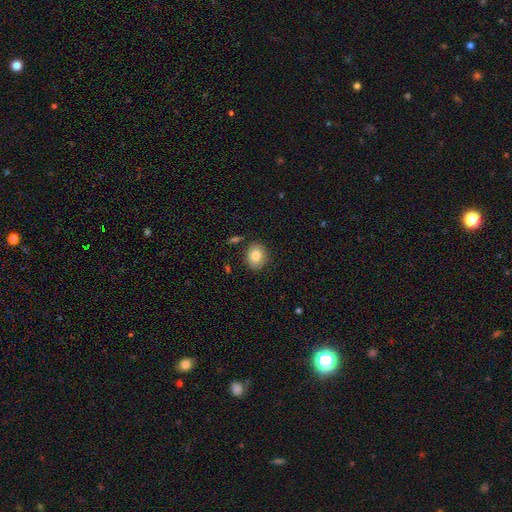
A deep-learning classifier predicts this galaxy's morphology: smooth-or-featured: smooth: 83% | featured or disk: 9% | star or artifact: 8%
  how-rounded: round: 60% | in between: 39% | cigar-shaped: 1%
  merging: none: 83% | minor disturbance: 11% | merger: 3% | major disturbance: 3%